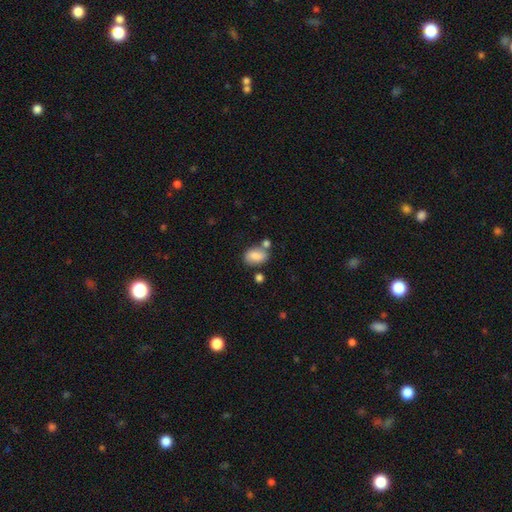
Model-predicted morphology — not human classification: Smooth or featured?
  - smooth: 78% *
  - featured or disk: 13%
  - star or artifact: 8%
How rounded?
  - in between: 81% *
  - round: 17%
  - cigar-shaped: 2%
Merging?
  - none: 53% *
  - merger: 22%
  - minor disturbance: 19%
  - major disturbance: 6%